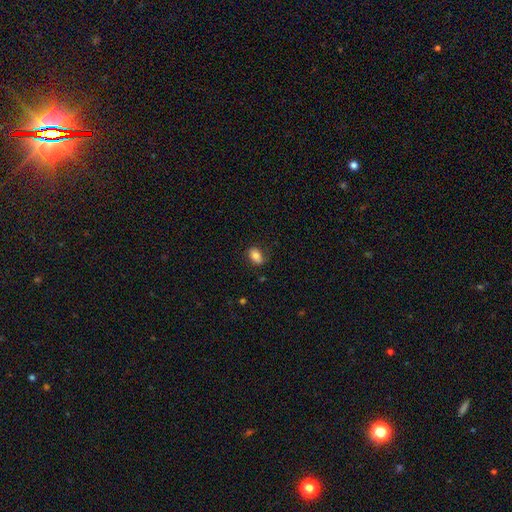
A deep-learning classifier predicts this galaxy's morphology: Q: Smooth or featured?
A: smooth (78%); runner-up: featured or disk (14%)
Q: How rounded?
A: in between (87%); runner-up: round (11%)
Q: Merging?
A: none (77%); runner-up: minor disturbance (17%)